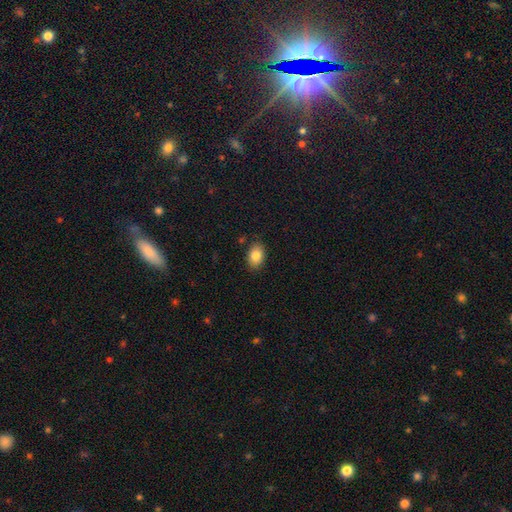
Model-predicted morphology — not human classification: The model was most divided on "how rounded": in between: 82%, round: 17%, cigar-shaped: 1%. More confident: merging — none (86%); smooth or featured — smooth (85%).